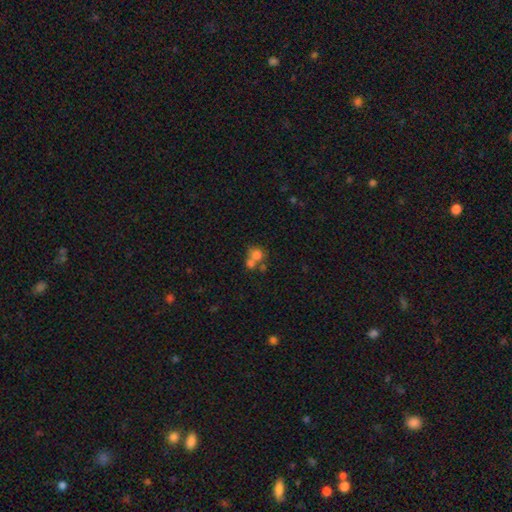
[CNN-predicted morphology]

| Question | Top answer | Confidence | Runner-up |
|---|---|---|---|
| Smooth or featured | smooth | 72% | featured or disk (15%) |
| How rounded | round | 80% | in between (19%) |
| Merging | merger | 53% | none (36%) |